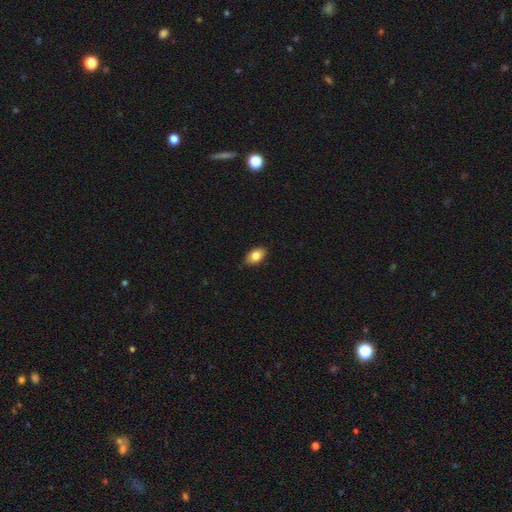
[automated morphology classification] smooth_or_featured: smooth (p=0.83) [alt: featured or disk p=0.09]
how_rounded: in between (p=0.90) [alt: round p=0.08]
merging: none (p=0.87) [alt: minor disturbance p=0.10]